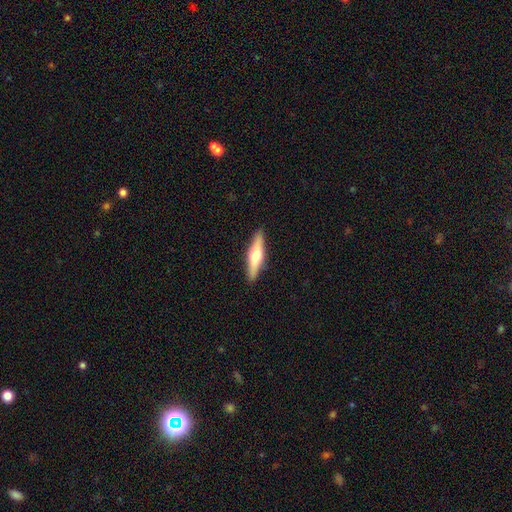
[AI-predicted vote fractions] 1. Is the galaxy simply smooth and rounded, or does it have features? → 52% featured or disk, 42% smooth, 5% star or artifact.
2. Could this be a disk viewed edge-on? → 94% yes, 6% no.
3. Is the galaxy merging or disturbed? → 90% none, 7% minor disturbance, 2% major disturbance, 1% merger.